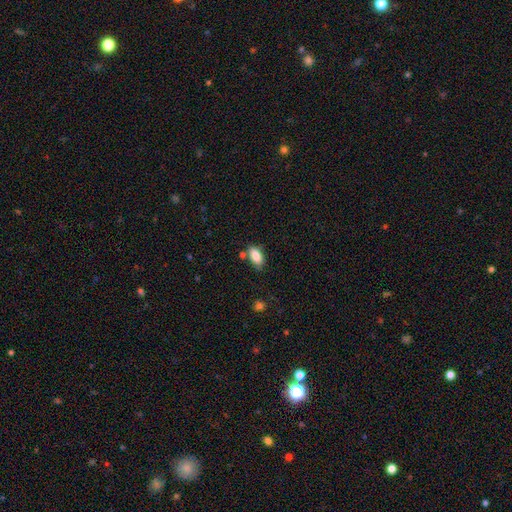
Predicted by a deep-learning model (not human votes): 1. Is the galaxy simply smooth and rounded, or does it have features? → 86% smooth, 8% star or artifact, 7% featured or disk.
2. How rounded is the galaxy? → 90% in between, 6% cigar-shaped, 4% round.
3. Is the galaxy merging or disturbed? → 72% none, 17% minor disturbance, 7% merger, 4% major disturbance.